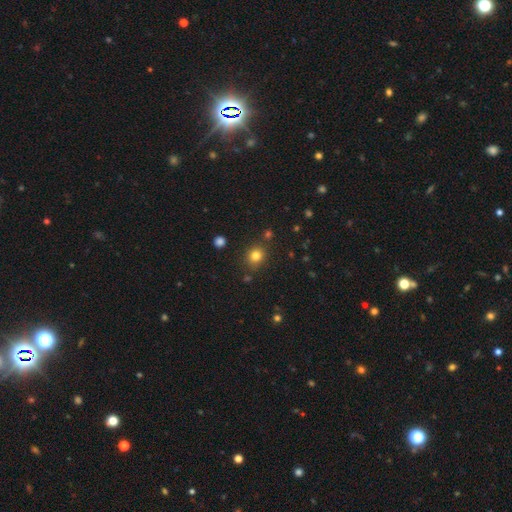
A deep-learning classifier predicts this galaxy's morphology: Q: Smooth or featured?
A: smooth (80%); runner-up: star or artifact (14%)
Q: How rounded?
A: round (78%); runner-up: in between (21%)
Q: Merging?
A: none (83%); runner-up: minor disturbance (9%)